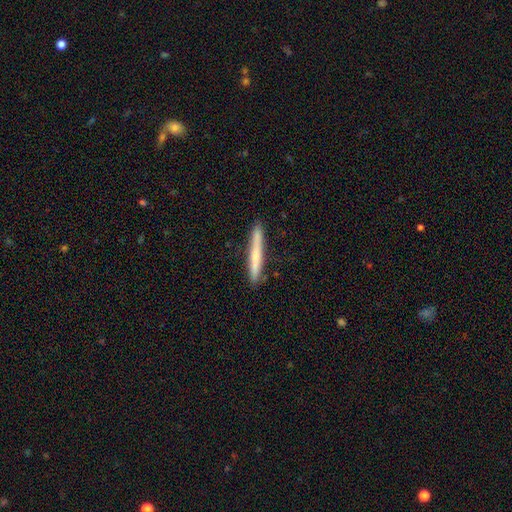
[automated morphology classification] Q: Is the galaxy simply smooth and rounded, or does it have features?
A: smooth — 61%.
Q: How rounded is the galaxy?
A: cigar-shaped — 96%.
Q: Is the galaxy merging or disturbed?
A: none — 89%.